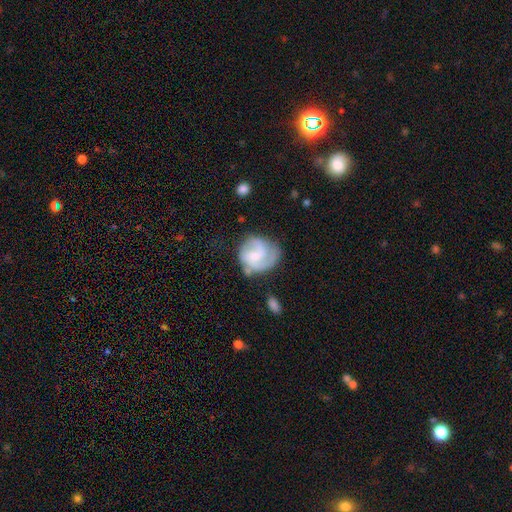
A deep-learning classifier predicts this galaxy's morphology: Overall: featured or disk (70%). Edge-on disk: no (98%). Bar: no (48%; weak 44%). Spiral arms: yes (91%). Spiral arm count: 2 (54%; can't tell 15%). Spiral winding: medium (47%; tight 34%). Bulge size: small (44%; moderate 31%). Merging: none (56%; minor disturbance 23%).